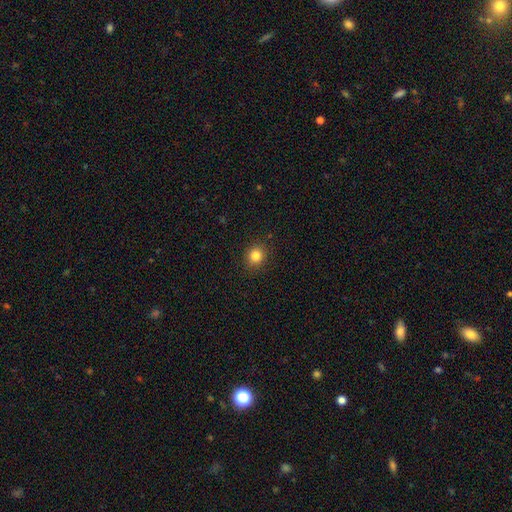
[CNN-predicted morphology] Smooth or featured?
  - smooth: 83% *
  - star or artifact: 11%
  - featured or disk: 5%
How rounded?
  - round: 82% *
  - in between: 17%
  - cigar-shaped: 1%
Merging?
  - none: 89% *
  - minor disturbance: 7%
  - major disturbance: 2%
  - merger: 1%